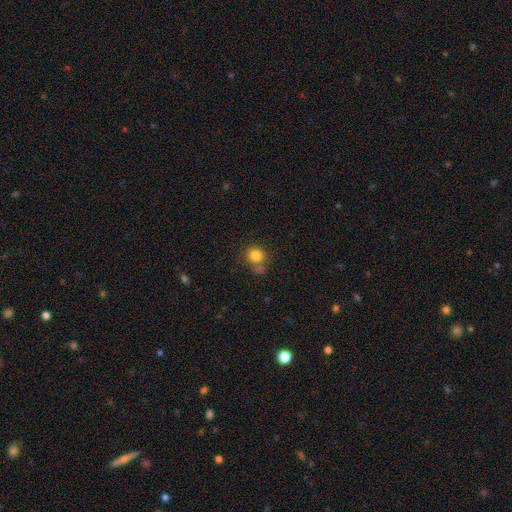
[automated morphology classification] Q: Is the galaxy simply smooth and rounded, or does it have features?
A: smooth — 82%.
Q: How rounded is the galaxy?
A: round — 84%.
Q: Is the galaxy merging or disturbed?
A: none — 61%.